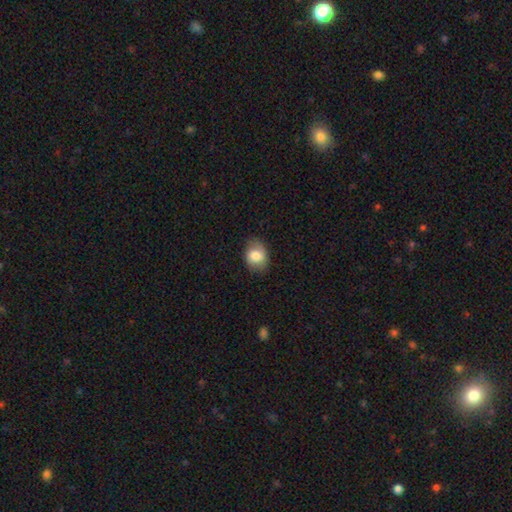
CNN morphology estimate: Smooth or featured: smooth — 79% (featured or disk — 13%)
How rounded: in between — 61% (round — 38%)
Merging: none — 76% (minor disturbance — 18%)